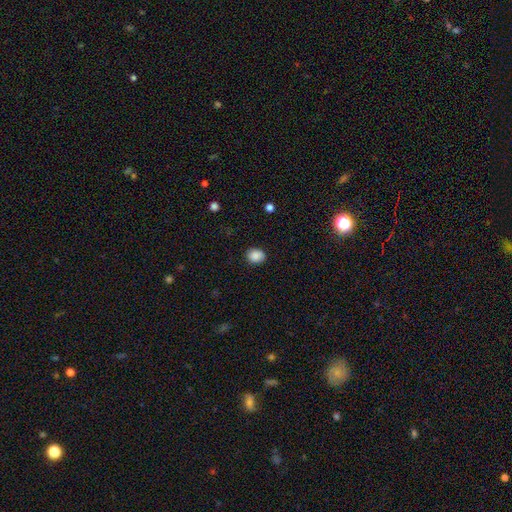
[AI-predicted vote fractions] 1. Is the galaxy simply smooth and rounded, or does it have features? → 88% smooth, 9% star or artifact, 4% featured or disk.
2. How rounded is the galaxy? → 55% round, 44% in between, 1% cigar-shaped.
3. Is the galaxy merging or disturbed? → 87% none, 9% minor disturbance, 2% major disturbance, 1% merger.